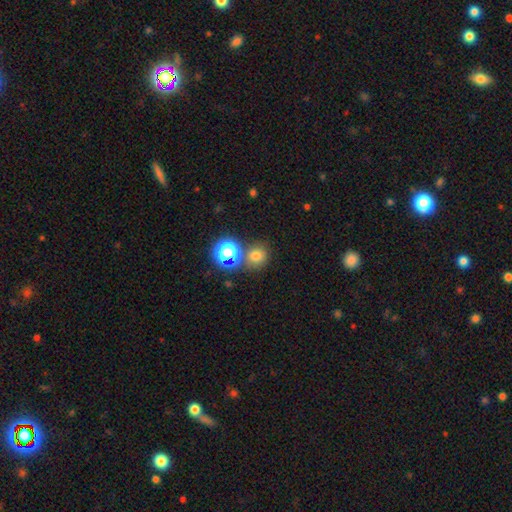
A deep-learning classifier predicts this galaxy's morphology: This is likely a smooth galaxy (70%). How rounded: clearly round (85%). Merging: likely none (72%).